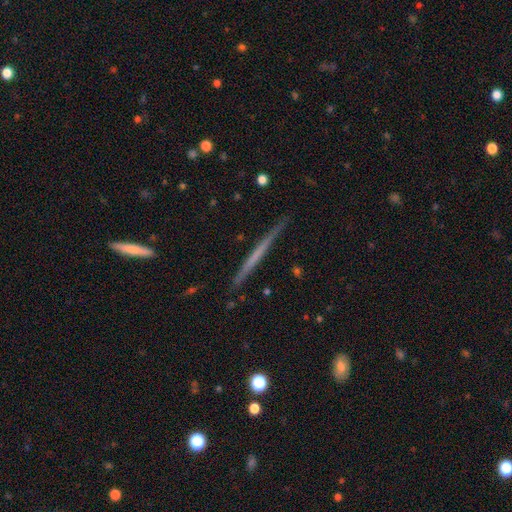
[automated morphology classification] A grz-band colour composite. It shows a featured or disk galaxy (55%) viewed edge-on (97%) with no central bulge (89%). Merging: none (88%).